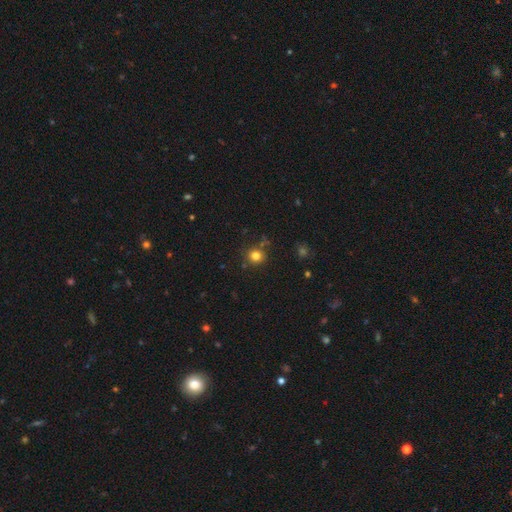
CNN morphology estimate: A smooth galaxy with no disk features (80%) that is round (90%).

Vote fractions:
- Smooth or featured? smooth: 80% / star or artifact: 14% / featured or disk: 6%
- How rounded? round: 90% / in between: 9% / cigar-shaped: 1%
- Merging? none: 82% / minor disturbance: 10% / merger: 5% / major disturbance: 3%